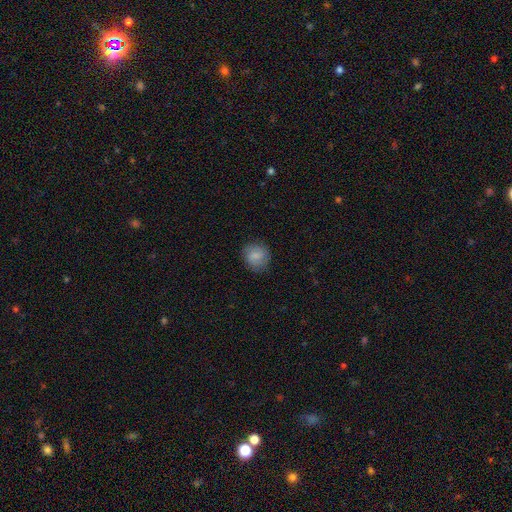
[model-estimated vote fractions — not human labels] A smooth galaxy with no disk features (74%) that is round (86%).

Vote fractions:
- Smooth or featured? smooth: 74% / featured or disk: 19% / star or artifact: 8%
- How rounded? round: 86% / in between: 13% / cigar-shaped: 1%
- Merging? none: 83% / minor disturbance: 12% / major disturbance: 3% / merger: 1%